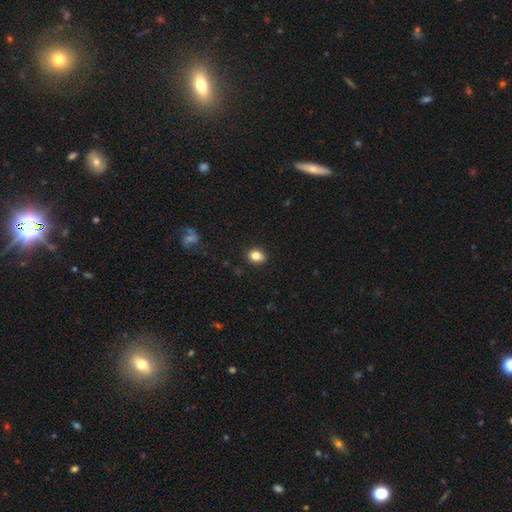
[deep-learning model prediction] smooth_or_featured: smooth (p=0.82) [alt: star or artifact p=0.10]
how_rounded: round (p=0.51) [alt: in between p=0.47]
merging: none (p=0.88) [alt: minor disturbance p=0.09]